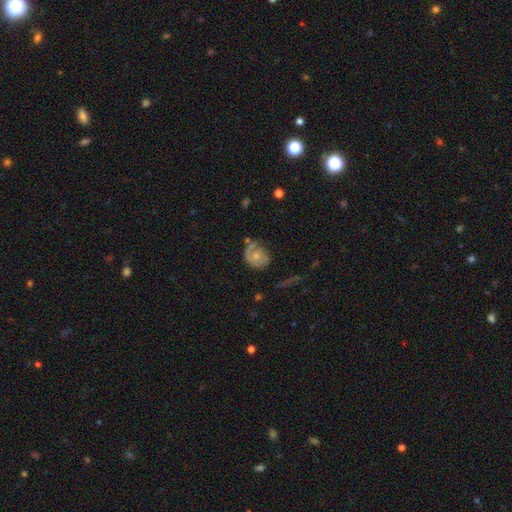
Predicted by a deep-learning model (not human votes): The model was most divided on "bulge size": small: 46%, moderate: 41%, none: 8%, large: 3%, dominant: 1%. More confident: edge-on disk — no (97%); spiral arms — yes (82%); bar — no (76%); smooth or featured — featured or disk (59%); merging — none (52%).